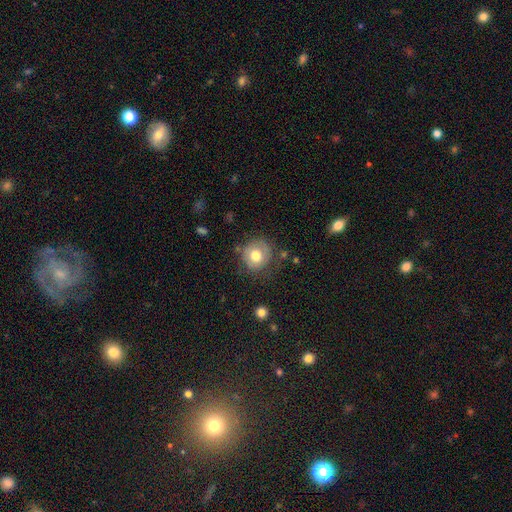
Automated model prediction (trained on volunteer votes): Q: Smooth or featured?
A: smooth (72%); runner-up: featured or disk (19%)
Q: How rounded?
A: round (87%); runner-up: in between (12%)
Q: Merging?
A: none (73%); runner-up: minor disturbance (17%)